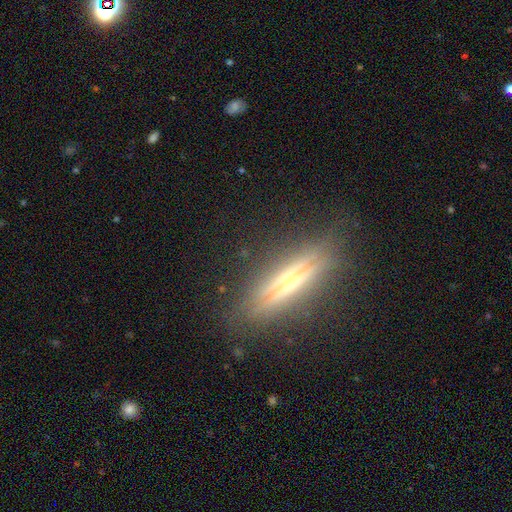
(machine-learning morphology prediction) A featured or disk galaxy (46%).

Vote fractions:
- Smooth or featured? featured or disk: 46% / smooth: 43% / star or artifact: 11%
- Merging? none: 82% / minor disturbance: 13% / major disturbance: 4% / merger: 1%